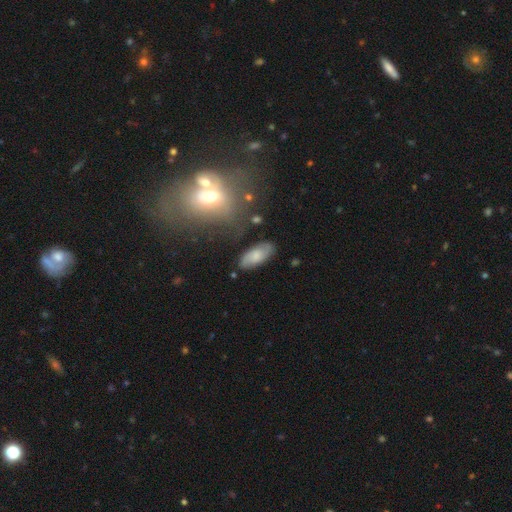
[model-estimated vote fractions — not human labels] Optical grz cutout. It shows a smooth galaxy with no disk features (60%) that is in between round and cigar-shaped (87%). Merging: none (78%).